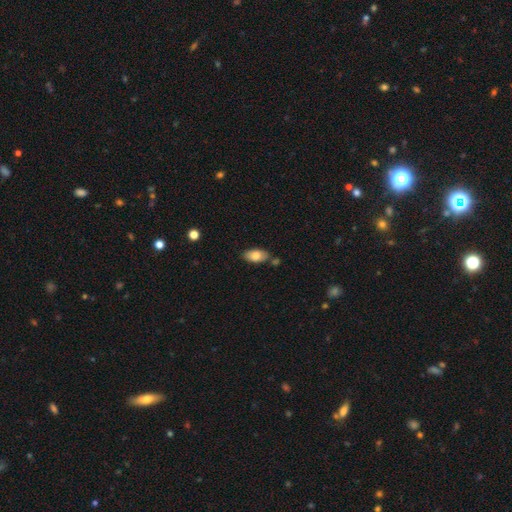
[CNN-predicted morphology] Smooth or featured? Predicted: smooth (p=0.81). How rounded? Predicted: in between (p=0.93). Merging? Predicted: none (p=0.72).